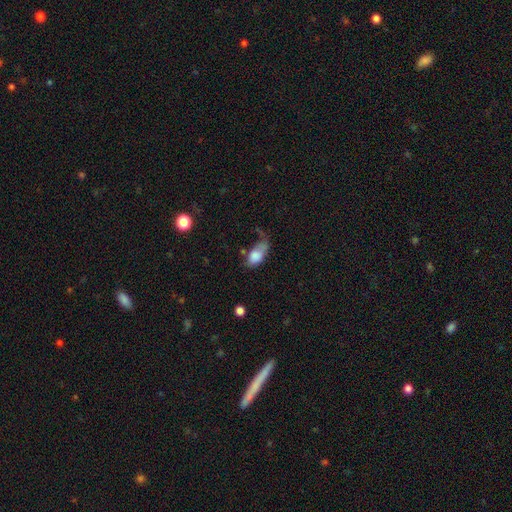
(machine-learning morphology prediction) The model was most divided on "merging": major disturbance: 37%, minor disturbance: 28%, none: 24%, merger: 10%. More confident: how rounded — in between (89%); smooth or featured — smooth (76%).